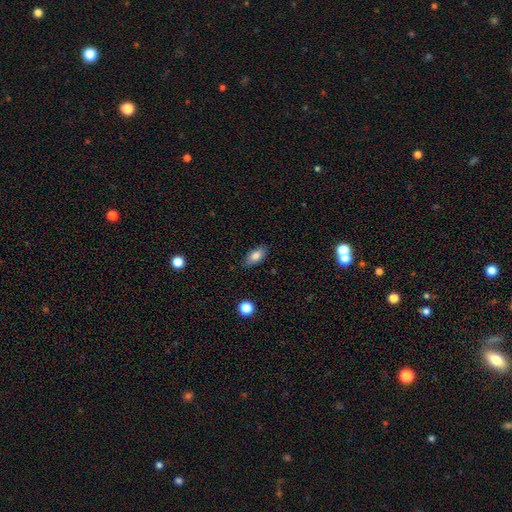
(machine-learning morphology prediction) smooth_or_featured: smooth (p=0.81) [alt: featured or disk p=0.10]
how_rounded: in between (p=0.89) [alt: cigar-shaped p=0.07]
merging: none (p=0.82) [alt: minor disturbance p=0.13]